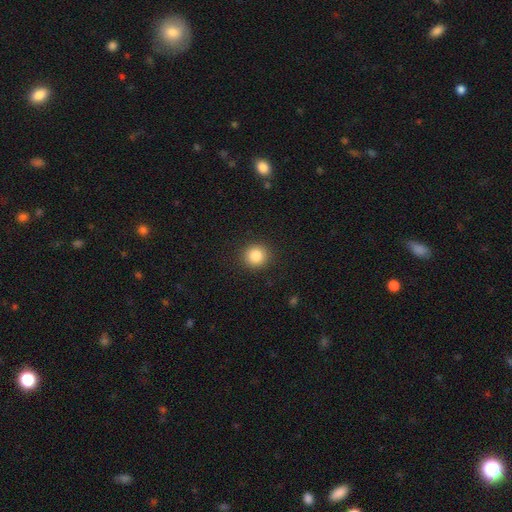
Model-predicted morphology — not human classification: type=smooth (85%); roundness=round (91%); merging=none (91%).